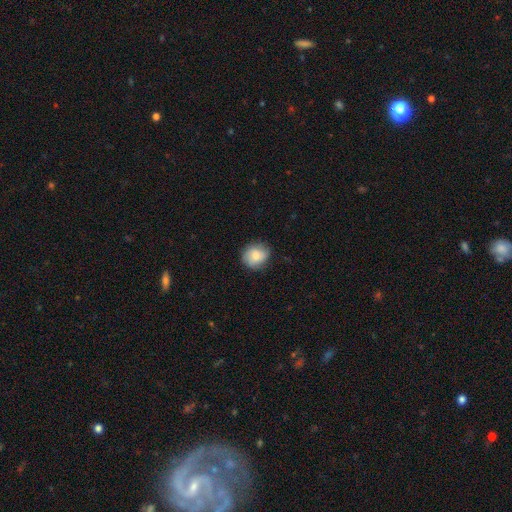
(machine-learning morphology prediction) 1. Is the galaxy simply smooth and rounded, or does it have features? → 80% smooth, 13% featured or disk, 7% star or artifact.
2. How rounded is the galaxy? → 78% round, 21% in between, 1% cigar-shaped.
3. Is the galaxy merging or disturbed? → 82% none, 14% minor disturbance, 3% major disturbance, 1% merger.